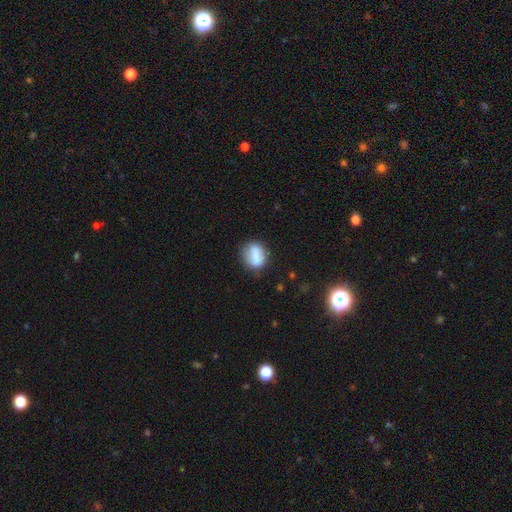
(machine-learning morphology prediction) Q: Smooth or featured?
A: smooth (76%); runner-up: featured or disk (15%)
Q: How rounded?
A: in between (49%); runner-up: round (47%)
Q: Merging?
A: none (72%); runner-up: minor disturbance (18%)